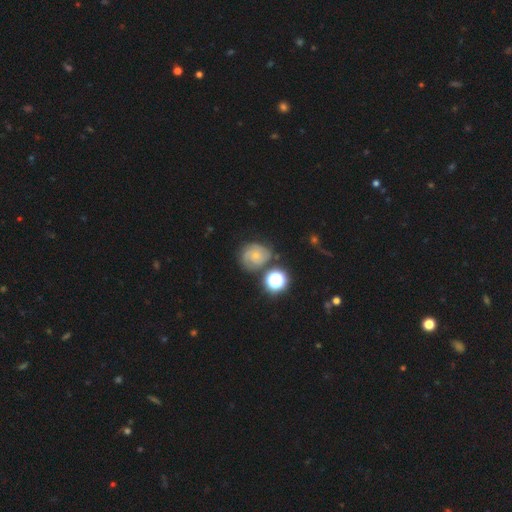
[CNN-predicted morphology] A featured or disk galaxy (60%) with no bar (77%), 2 (33%) tight (57%) spiral arms (90%) and a small central bulge (71%).

Vote fractions:
- Smooth or featured? featured or disk: 60% / smooth: 27% / star or artifact: 13%
- Edge-on disk? no: 97% / yes: 3%
- Bar? no: 77% / weak: 19% / strong: 4%
- Spiral arms? yes: 90% / no: 10%
- Spiral winding? tight: 57% / medium: 34% / loose: 9%
- Spiral arm count? 2: 33% / can't tell: 28% / 3: 24% / 4: 5% / 1: 5% / more than 4: 4%
- Bulge size? small: 71% / moderate: 23% / none: 3% / large: 2% / dominant: 1%
- Merging? none: 63% / minor disturbance: 20% / merger: 9% / major disturbance: 8%